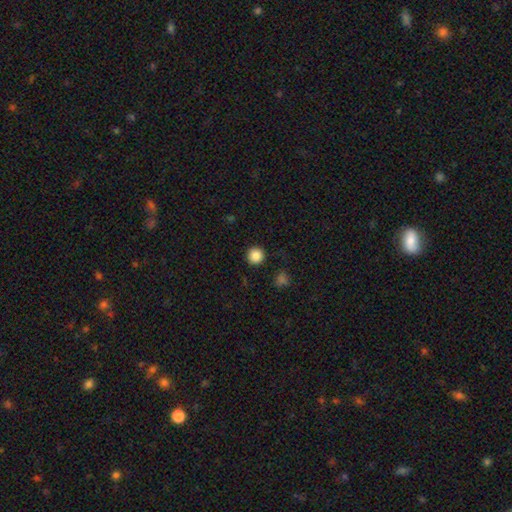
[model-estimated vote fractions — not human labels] Smooth or featured? smooth (87%)
How rounded? round (96%)
Merging? none (92%)